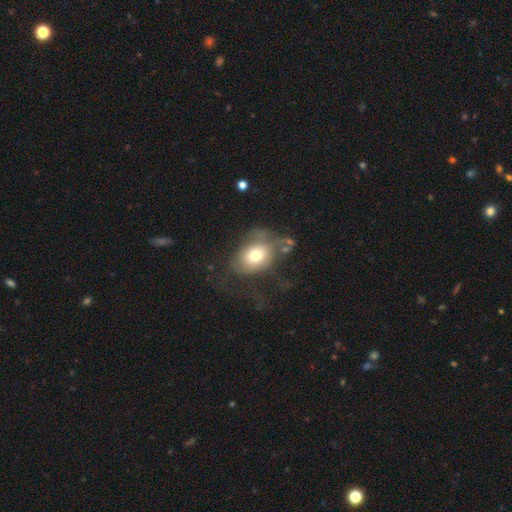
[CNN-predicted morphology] Q: Smooth or featured?
A: smooth (66%); runner-up: featured or disk (24%)
Q: How rounded?
A: in between (67%); runner-up: round (32%)
Q: Merging?
A: major disturbance (38%); runner-up: none (33%)